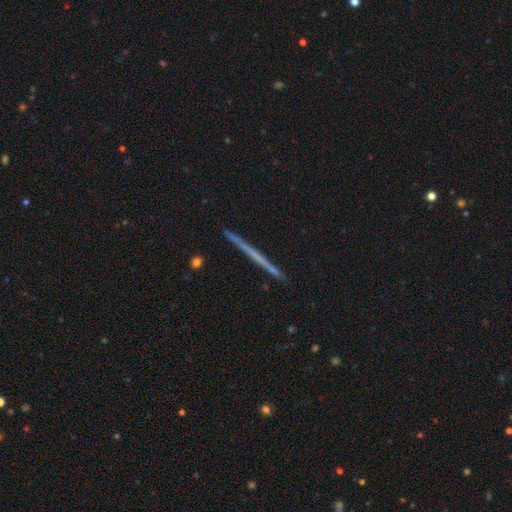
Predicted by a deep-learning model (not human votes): Smooth or featured? featured or disk (59%)
Edge-on disk? yes (98%)
Edge-on bulge? none (90%)
Merging? none (91%)